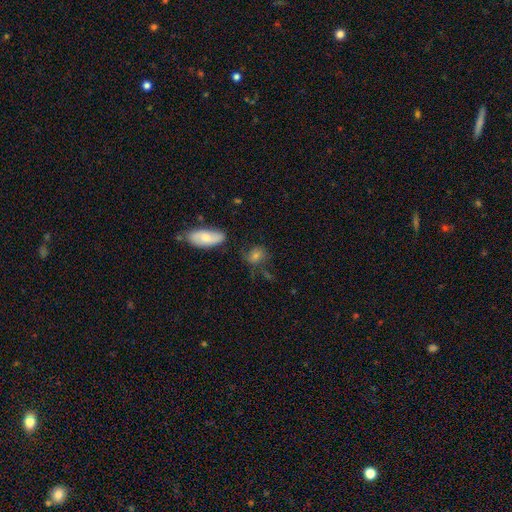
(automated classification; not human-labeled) Morphology: type=smooth (56%); roundness=in between (54%); merging=none (60%).